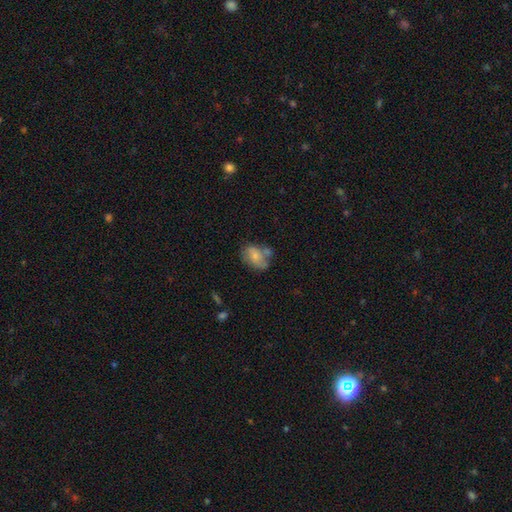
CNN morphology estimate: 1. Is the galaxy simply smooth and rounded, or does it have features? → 69% smooth, 23% featured or disk, 8% star or artifact.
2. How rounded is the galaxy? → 79% in between, 20% round, 2% cigar-shaped.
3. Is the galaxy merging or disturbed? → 42% none, 25% merger, 23% minor disturbance, 9% major disturbance.